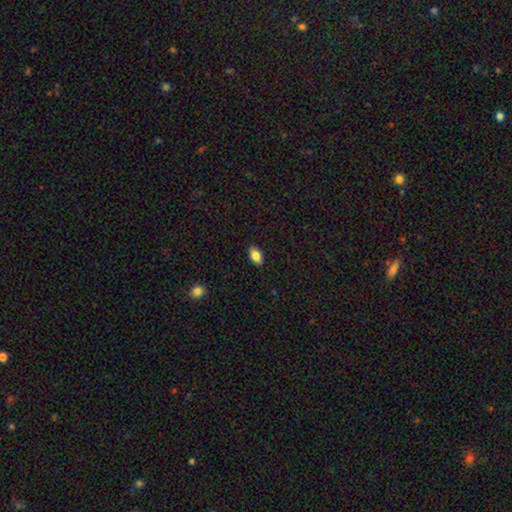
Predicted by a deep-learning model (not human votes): Smooth or featured: smooth — 82% (featured or disk — 10%)
How rounded: in between — 90% (round — 5%)
Merging: none — 88% (minor disturbance — 9%)